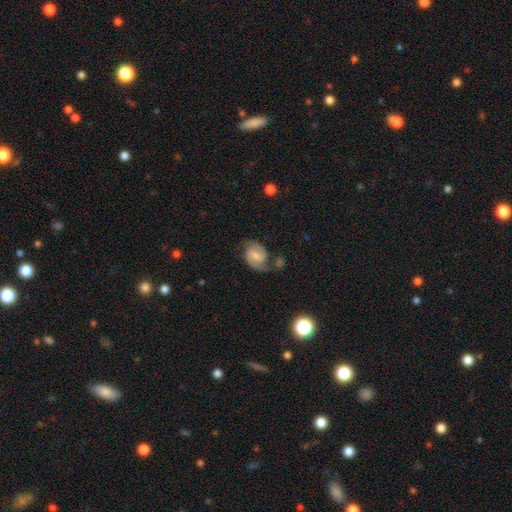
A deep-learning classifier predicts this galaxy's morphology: Smooth or featured: featured or disk — 77% (smooth — 16%)
Edge-on disk: no — 98% (yes — 2%)
Bar: weak — 53% (no — 28%)
Spiral arms: yes — 95% (no — 5%)
Spiral winding: medium — 53% (tight — 26%)
Spiral arm count: 2 — 91% (can't tell — 4%)
Bulge size: moderate — 44% (small — 39%)
Merging: none — 68% (minor disturbance — 17%)